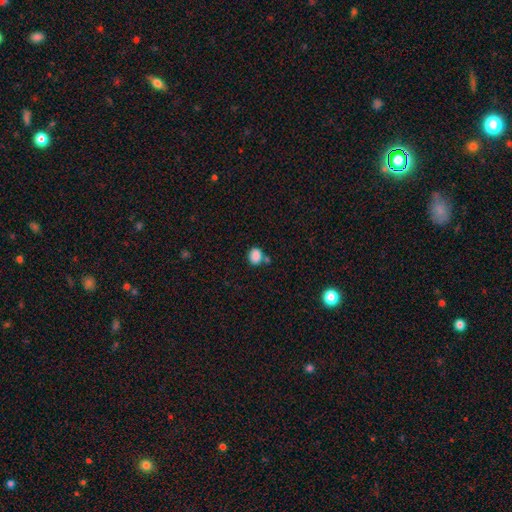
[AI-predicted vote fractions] Morphology: type=smooth (87%); roundness=round (51%); merging=none (67%).